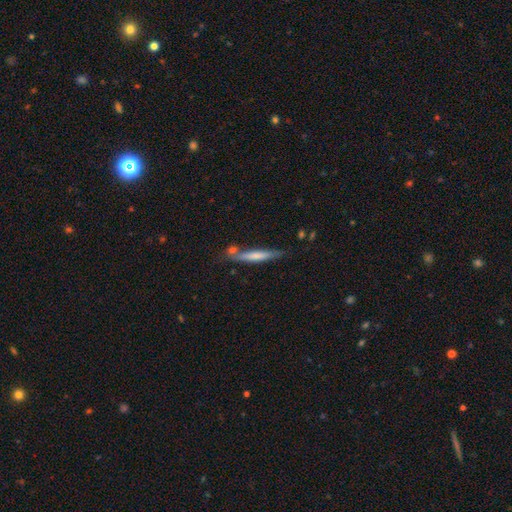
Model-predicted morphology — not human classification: smooth 59%, featured or disk 35%, star or artifact 6%. Down the decision tree: how rounded — cigar-shaped (94%); merging — none (69%).